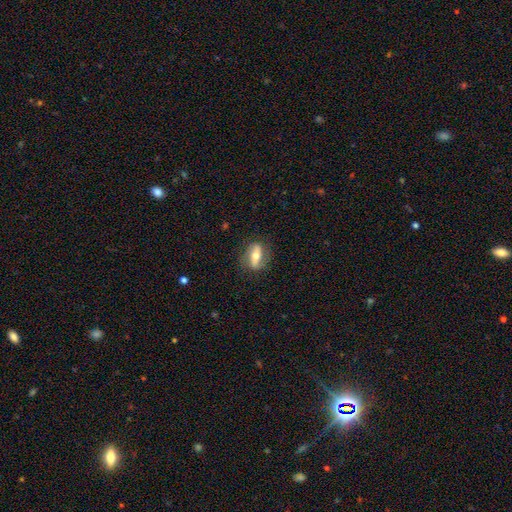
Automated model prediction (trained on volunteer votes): This is possibly a featured or disk galaxy (56%). It is likely not viewed edge-on (63%). Merging: clearly none (81%).